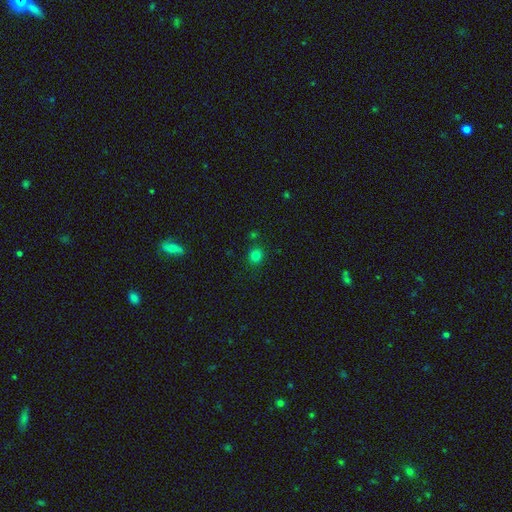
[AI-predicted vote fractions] This appears to be a smooth galaxy with no disk features (79%) that is round (90%). Merging: none (87%).